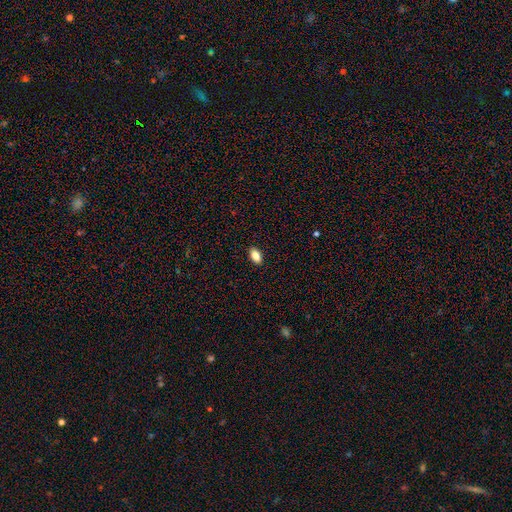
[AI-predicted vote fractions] Morphology: type=smooth (84%); roundness=in between (90%); merging=none (90%).